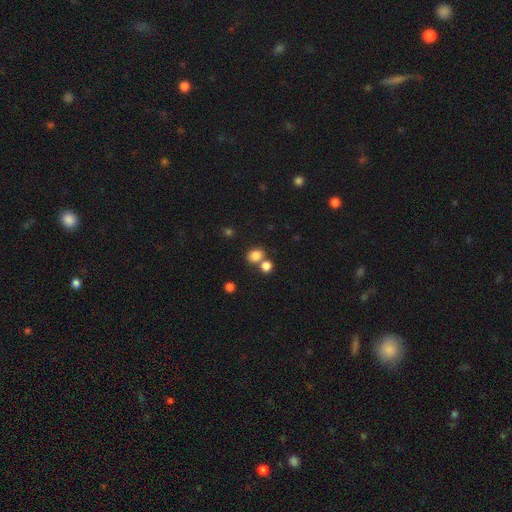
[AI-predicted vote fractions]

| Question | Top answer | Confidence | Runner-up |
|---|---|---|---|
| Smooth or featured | smooth | 82% | star or artifact (12%) |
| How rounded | round | 54% | in between (45%) |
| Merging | none | 54% | merger (33%) |